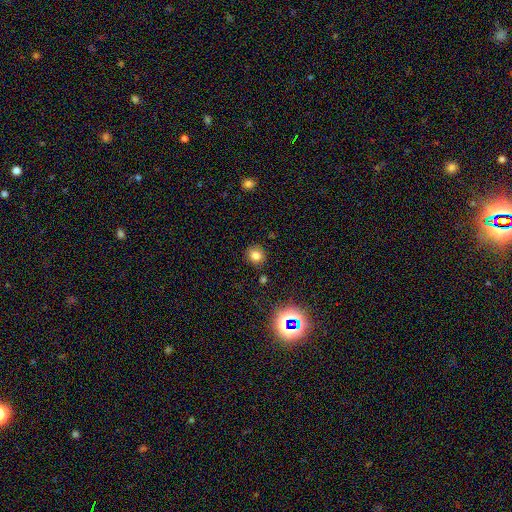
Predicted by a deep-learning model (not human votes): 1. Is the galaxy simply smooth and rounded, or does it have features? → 78% smooth, 15% star or artifact, 7% featured or disk.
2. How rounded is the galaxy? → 86% round, 13% in between, 1% cigar-shaped.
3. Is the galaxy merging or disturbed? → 87% none, 8% minor disturbance, 3% merger, 2% major disturbance.